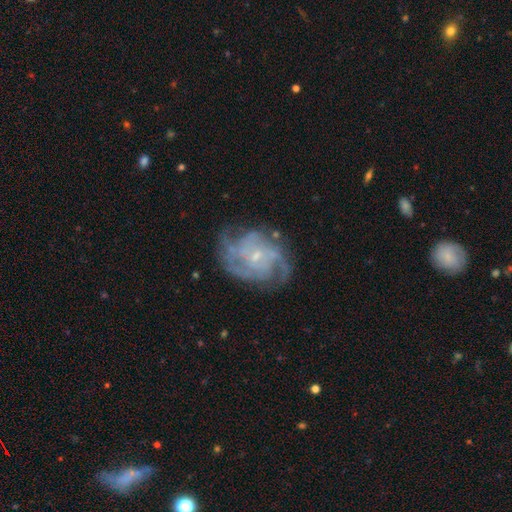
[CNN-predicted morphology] This is clearly a featured or disk galaxy (85%). It is clearly not viewed edge-on (98%). Bar: likely no (65%). Spiral arm pattern: clearly yes (94%). Spiral arm count: marginally can't tell (28%). Spiral winding: possibly tight (48%). Central bulge: likely small (75%). Merging: likely none (69%).